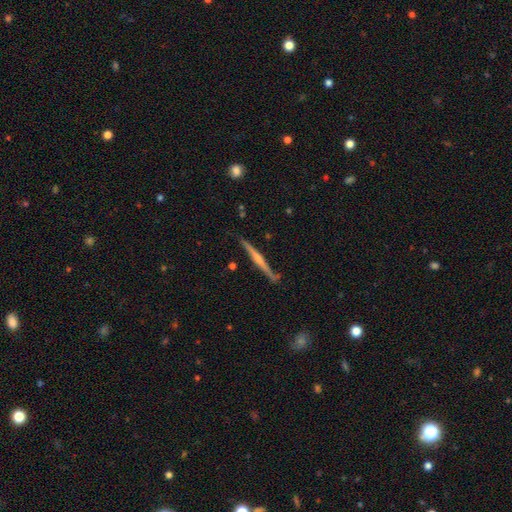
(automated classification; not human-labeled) A featured or disk galaxy (76%) viewed edge-on (98%) with a rounded central bulge (62%). Merging: none (85%).